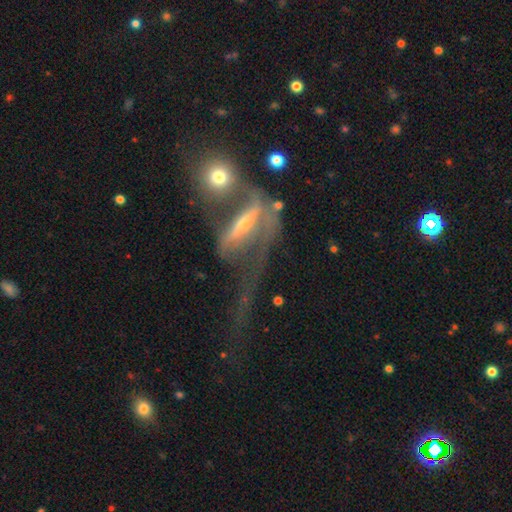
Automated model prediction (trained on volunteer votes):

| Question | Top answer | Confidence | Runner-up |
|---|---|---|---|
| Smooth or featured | featured or disk | 69% | smooth (21%) |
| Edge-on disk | no | 65% | yes (35%) |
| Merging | major disturbance | 43% | merger (31%) |